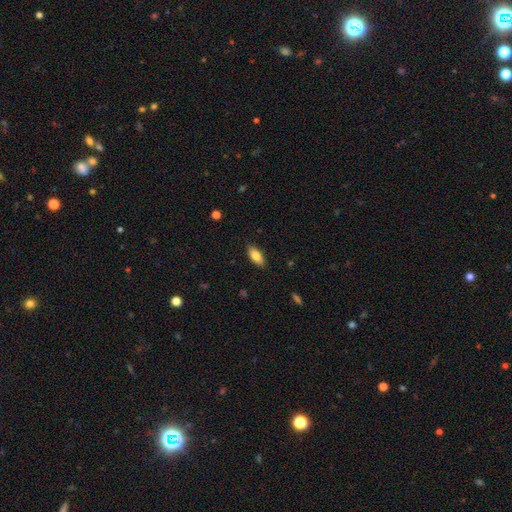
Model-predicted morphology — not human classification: Smooth or featured? smooth (80%)
How rounded? in between (85%)
Merging? none (87%)